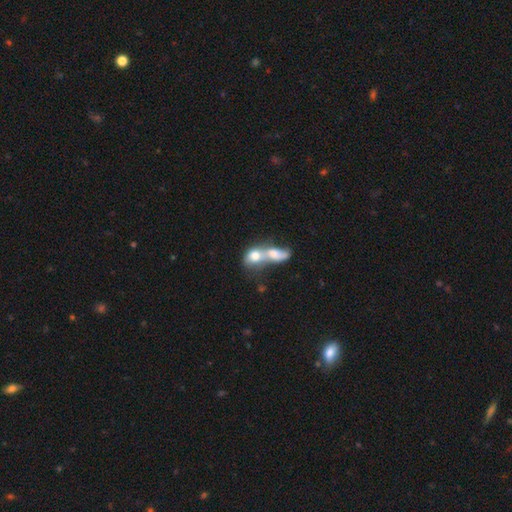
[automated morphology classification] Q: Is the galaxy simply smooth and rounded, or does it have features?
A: smooth — 69%.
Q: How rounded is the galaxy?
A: in between — 61%.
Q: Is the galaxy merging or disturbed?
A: merger — 81%.